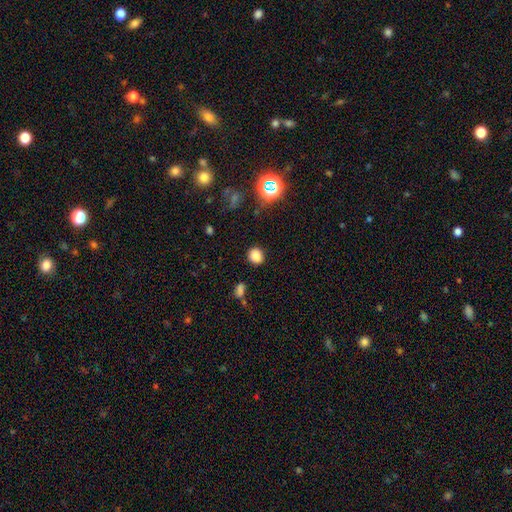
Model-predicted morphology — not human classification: smooth 82%, star or artifact 14%, featured or disk 4%. Down the decision tree: how rounded — round (74%); merging — none (86%).